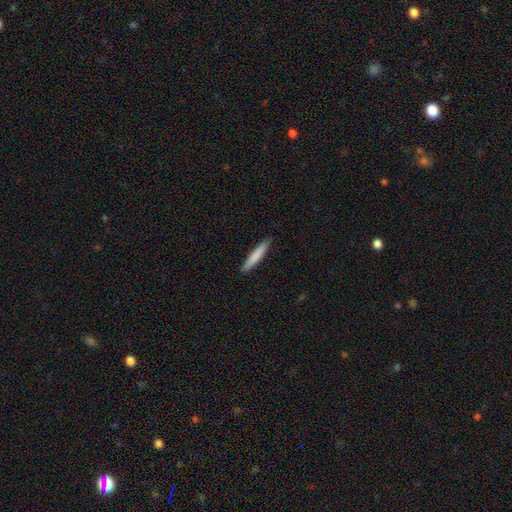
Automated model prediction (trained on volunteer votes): A smooth galaxy with no disk features (80%) that is cigar-shaped (91%).

Vote fractions:
- Smooth or featured? smooth: 80% / featured or disk: 14% / star or artifact: 5%
- How rounded? cigar-shaped: 91% / in between: 8% / round: 1%
- Merging? none: 89% / minor disturbance: 8% / major disturbance: 2% / merger: 1%